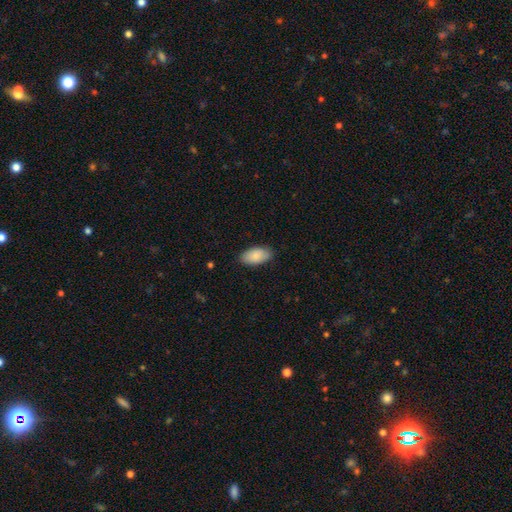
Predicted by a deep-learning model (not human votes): The model was most divided on "merging": none: 84%, minor disturbance: 13%, major disturbance: 2%, merger: 1%. More confident: how rounded — in between (95%); smooth or featured — smooth (86%).